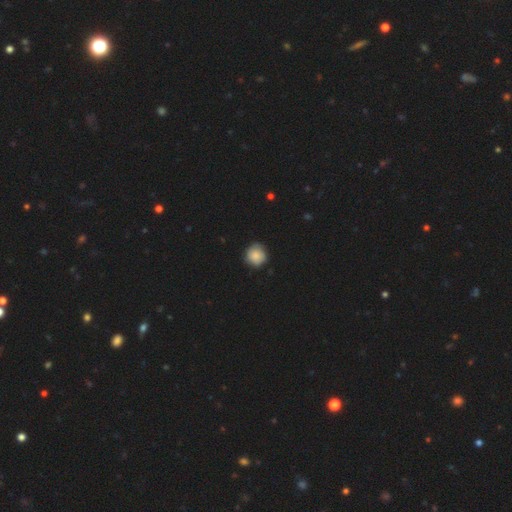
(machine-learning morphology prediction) This is clearly a smooth galaxy (85%). How rounded: clearly round (91%). Merging: clearly none (81%).